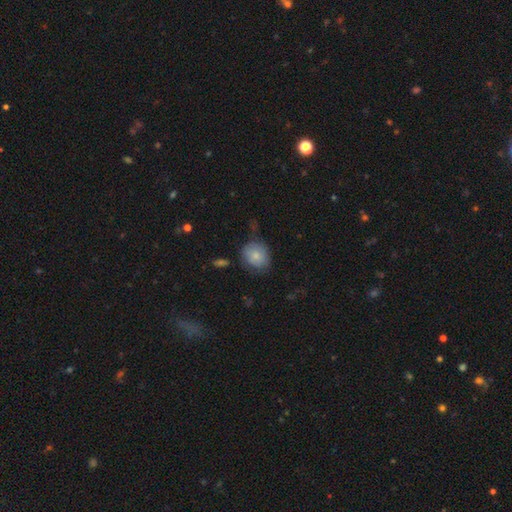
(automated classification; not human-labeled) Smooth or featured: smooth — 79% (featured or disk — 13%)
How rounded: round — 74% (in between — 25%)
Merging: none — 63% (minor disturbance — 26%)